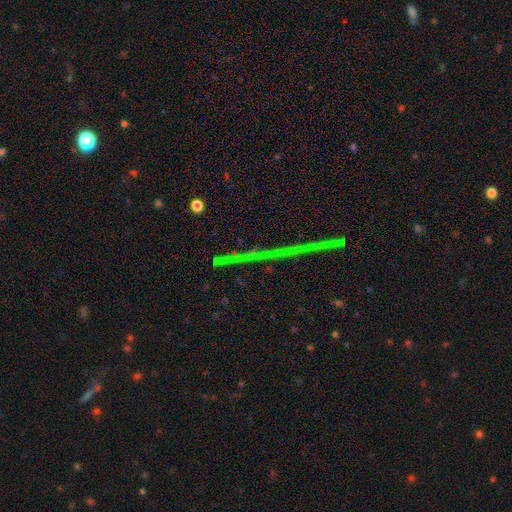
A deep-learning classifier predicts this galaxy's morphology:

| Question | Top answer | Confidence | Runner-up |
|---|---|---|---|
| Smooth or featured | star or artifact | 75% | featured or disk (15%) |